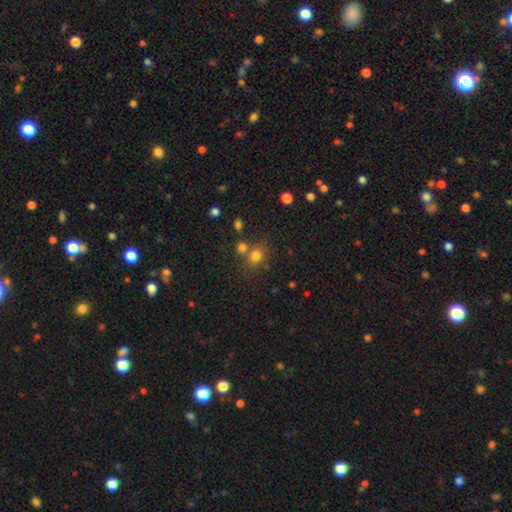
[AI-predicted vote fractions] Smooth or featured?
  - smooth: 76% *
  - star or artifact: 16%
  - featured or disk: 9%
How rounded?
  - round: 62% *
  - in between: 37%
  - cigar-shaped: 1%
Merging?
  - none: 58% *
  - merger: 26%
  - minor disturbance: 11%
  - major disturbance: 5%